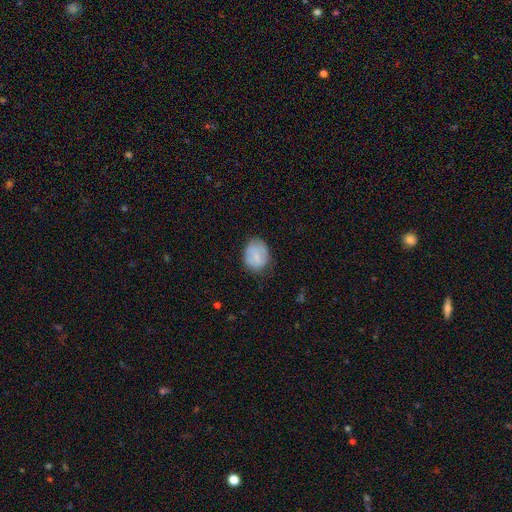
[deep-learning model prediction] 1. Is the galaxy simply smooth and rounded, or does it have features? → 70% smooth, 23% featured or disk, 7% star or artifact.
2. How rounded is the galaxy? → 52% in between, 47% round, 1% cigar-shaped.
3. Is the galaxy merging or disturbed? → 65% none, 26% minor disturbance, 8% major disturbance, 1% merger.